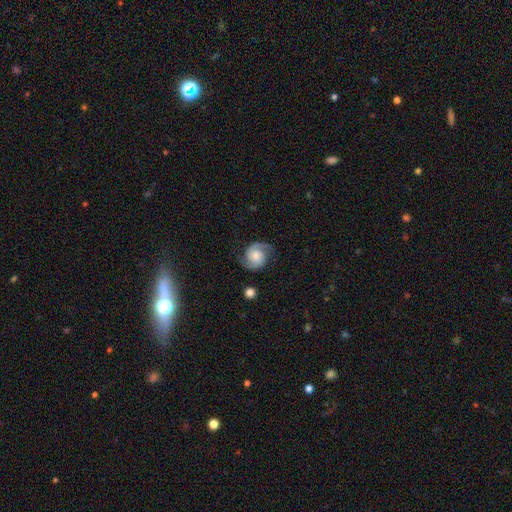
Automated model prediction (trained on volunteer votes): featured or disk 87%, smooth 7%, star or artifact 6%. Down the decision tree: edge-on disk — no (98%); bar — no (66%); spiral arms — yes (98%); spiral arm count — 2 (93%); spiral winding — medium (52%); bulge size — moderate (44%); merging — none (81%).